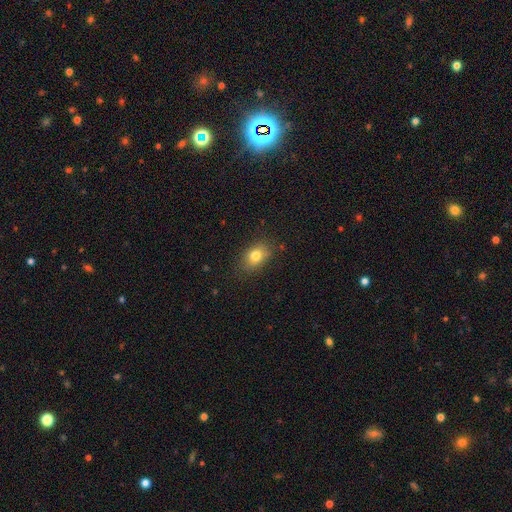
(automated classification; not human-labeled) Overall: smooth (79%). How rounded: in between (74%). Merging: none (81%).